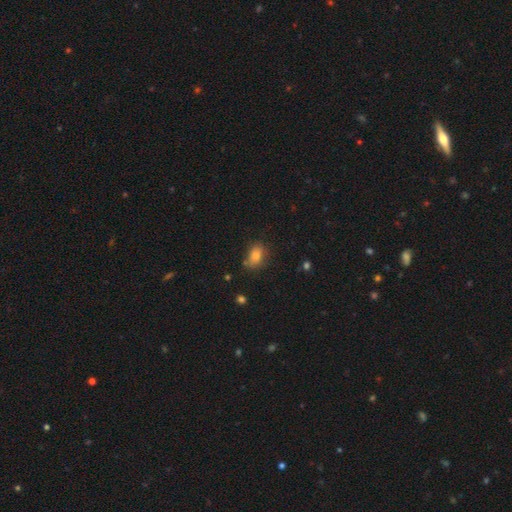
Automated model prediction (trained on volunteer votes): This appears to be a smooth galaxy with no disk features (81%) that is in between round and cigar-shaped (78%). Merging: none (60%).